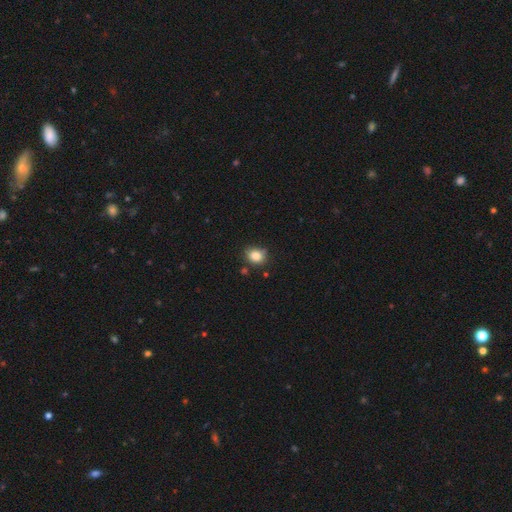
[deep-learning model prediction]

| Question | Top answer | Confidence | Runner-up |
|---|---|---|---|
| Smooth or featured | smooth | 85% | star or artifact (10%) |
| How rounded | round | 56% | in between (43%) |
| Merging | none | 74% | minor disturbance (18%) |